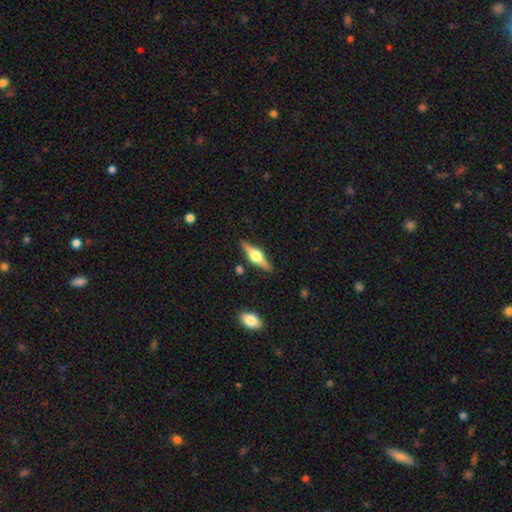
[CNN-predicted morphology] smooth_or_featured: featured or disk (p=0.73) [alt: smooth p=0.21]
disk_edge_on: yes (p=0.97) [alt: no p=0.03]
edge_on_bulge: rounded (p=0.93) [alt: boxy p=0.05]
merging: none (p=0.88) [alt: minor disturbance p=0.08]